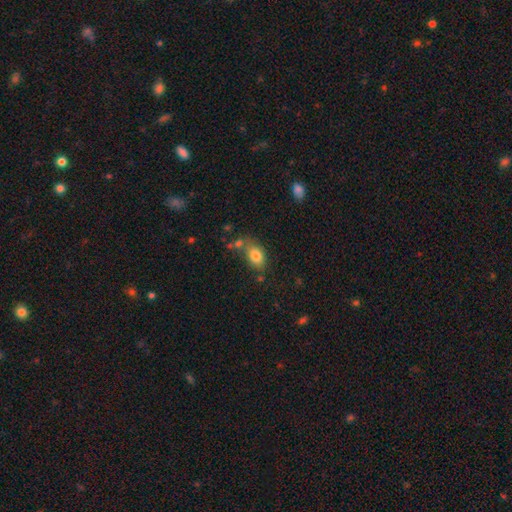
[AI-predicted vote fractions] Morphology: type=smooth (81%); roundness=in between (82%); merging=none (60%).